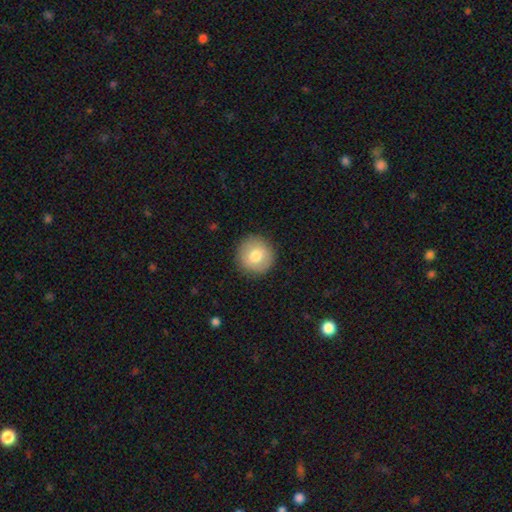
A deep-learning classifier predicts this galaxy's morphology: smooth-or-featured: smooth: 77% | featured or disk: 15% | star or artifact: 7%
  how-rounded: round: 93% | in between: 6% | cigar-shaped: 1%
  merging: none: 90% | minor disturbance: 7% | major disturbance: 2% | merger: 1%